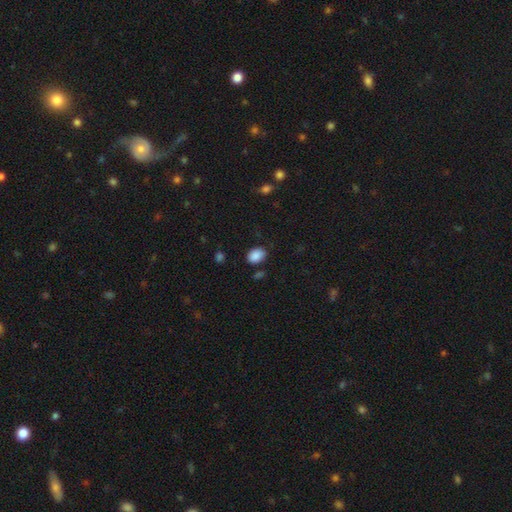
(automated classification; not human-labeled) Smooth or featured: smooth — 88% (star or artifact — 8%)
How rounded: in between — 74% (round — 25%)
Merging: none — 82% (minor disturbance — 13%)